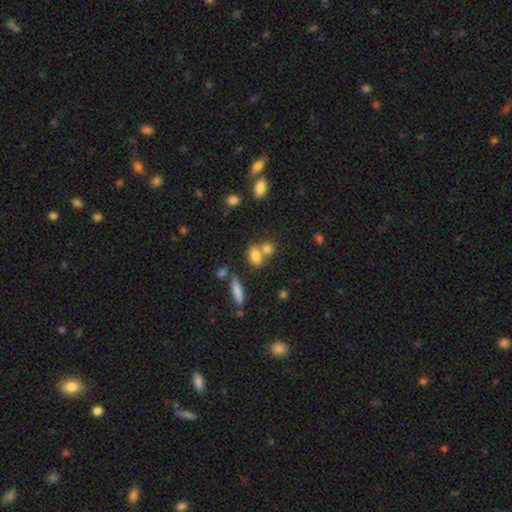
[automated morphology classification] type=smooth (77%); roundness=in between (71%); merging=none (44%).